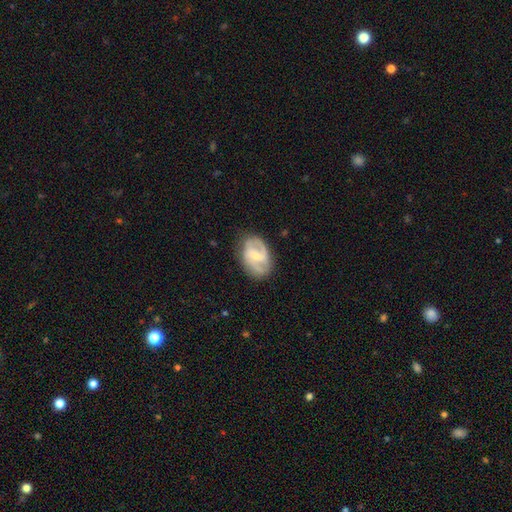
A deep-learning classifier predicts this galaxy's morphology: smooth-or-featured: featured or disk: 81% | smooth: 14% | star or artifact: 5%
  disk-edge-on: no: 97% | yes: 3%
    bar: weak: 51% | no: 27% | strong: 22%
    has-spiral-arms: yes: 94% | no: 6%
      spiral-winding: medium: 53% | tight: 25% | loose: 22%
      spiral-arm-count: 2: 78% | 3: 9% | can't tell: 8% | 1: 3% | 4: 2% | more than 4: 2%
    bulge-size: small: 61% | moderate: 32% | none: 4% | large: 2% | dominant: 1%
  merging: none: 75% | minor disturbance: 18% | major disturbance: 6% | merger: 1%